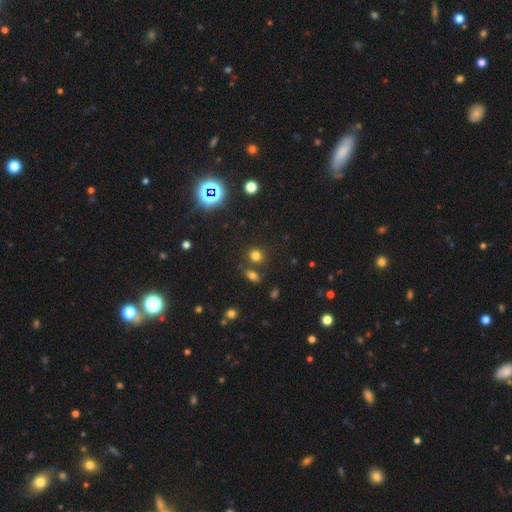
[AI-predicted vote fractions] The model was most divided on "smooth or featured": smooth: 72%, star or artifact: 21%, featured or disk: 7%. More confident: how rounded — round (80%); merging — none (76%).